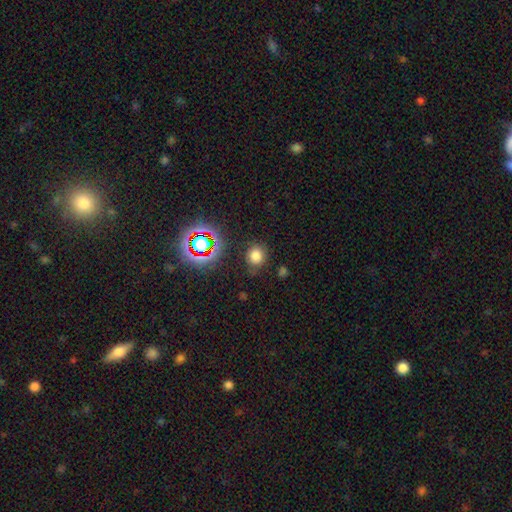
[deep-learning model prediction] The model was most divided on "smooth or featured": smooth: 74%, star or artifact: 19%, featured or disk: 7%. More confident: how rounded — round (82%); merging — none (80%).